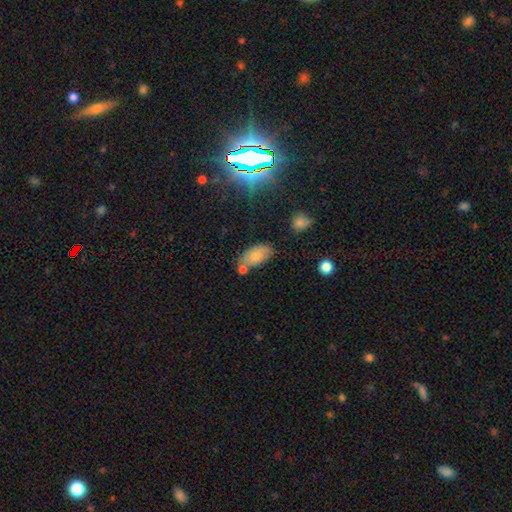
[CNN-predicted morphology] Q: Smooth or featured?
A: smooth (80%); runner-up: featured or disk (11%)
Q: How rounded?
A: in between (93%); runner-up: cigar-shaped (4%)
Q: Merging?
A: none (62%); runner-up: minor disturbance (17%)